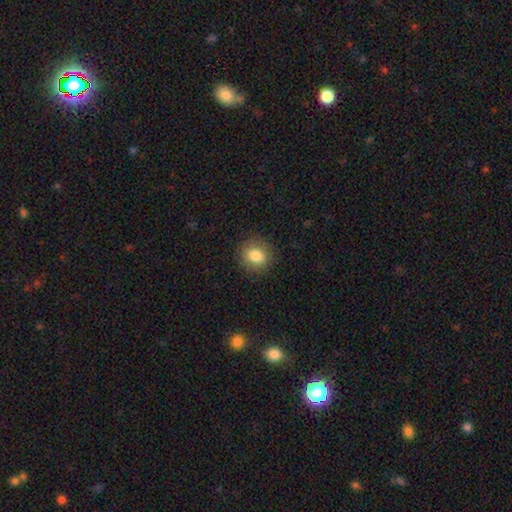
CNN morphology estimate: Overall: smooth (82%). How rounded: round (79%). Merging: none (88%).